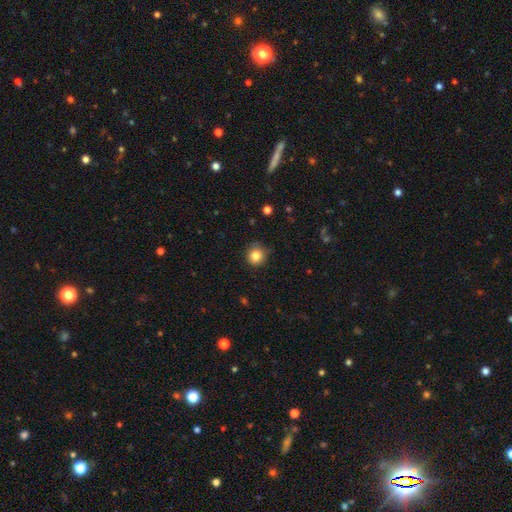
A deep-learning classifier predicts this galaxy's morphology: smooth_or_featured: smooth (p=0.84) [alt: star or artifact p=0.10]
how_rounded: round (p=0.91) [alt: in between p=0.08]
merging: none (p=0.83) [alt: minor disturbance p=0.13]